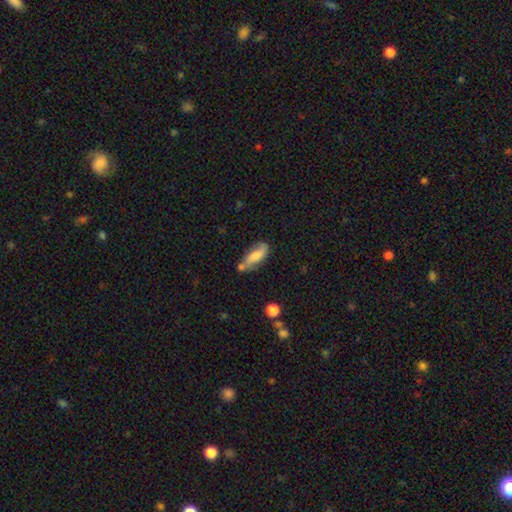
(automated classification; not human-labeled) A smooth galaxy with no disk features (59%) that is in between round and cigar-shaped (65%). Merging: none (49%).